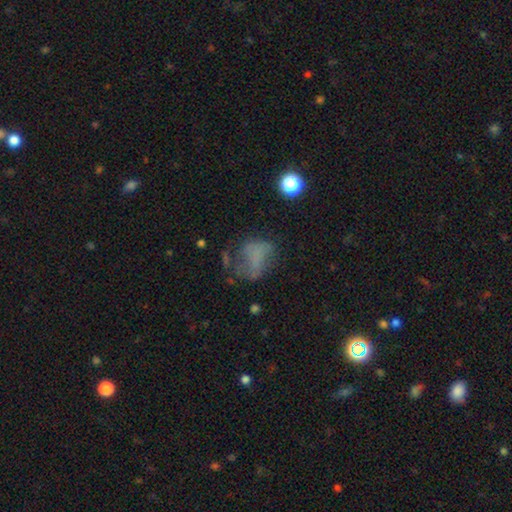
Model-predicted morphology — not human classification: Smooth or featured: smooth — 50% (featured or disk — 30%)
Merging: none — 38% (major disturbance — 33%)